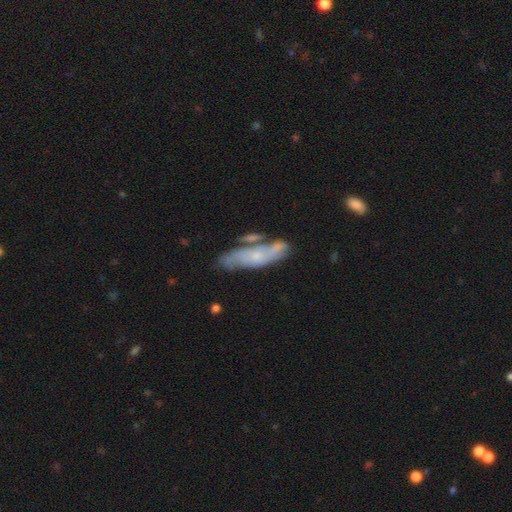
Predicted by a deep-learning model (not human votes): This is possibly a featured or disk galaxy (56%). It is likely not viewed edge-on (76%). Merging: possibly none (49%).